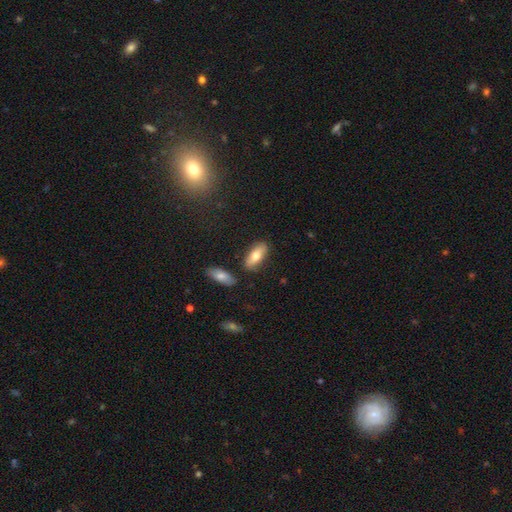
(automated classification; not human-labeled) smooth_or_featured: smooth (p=0.71) [alt: featured or disk p=0.22]
how_rounded: in between (p=0.80) [alt: cigar-shaped p=0.18]
merging: none (p=0.81) [alt: minor disturbance p=0.11]